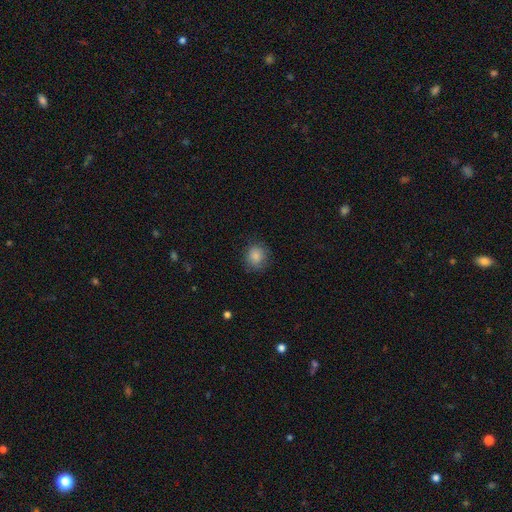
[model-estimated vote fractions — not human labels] smooth-or-featured: smooth: 86% | star or artifact: 9% | featured or disk: 5%
  how-rounded: round: 82% | in between: 17% | cigar-shaped: 1%
  merging: none: 83% | minor disturbance: 12% | major disturbance: 4% | merger: 1%